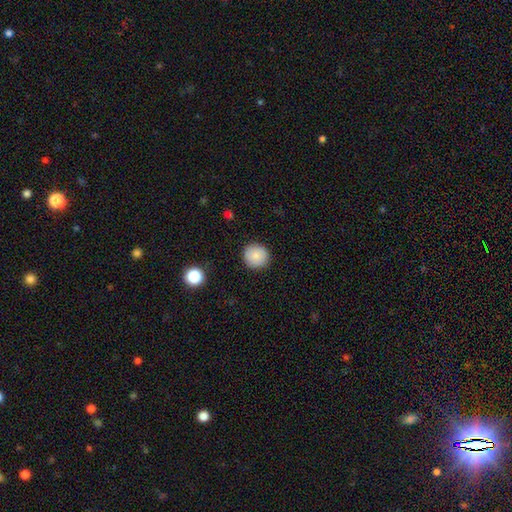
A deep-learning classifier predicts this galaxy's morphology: Q: Smooth or featured?
A: smooth (85%); runner-up: star or artifact (9%)
Q: How rounded?
A: round (94%); runner-up: in between (5%)
Q: Merging?
A: none (91%); runner-up: minor disturbance (6%)